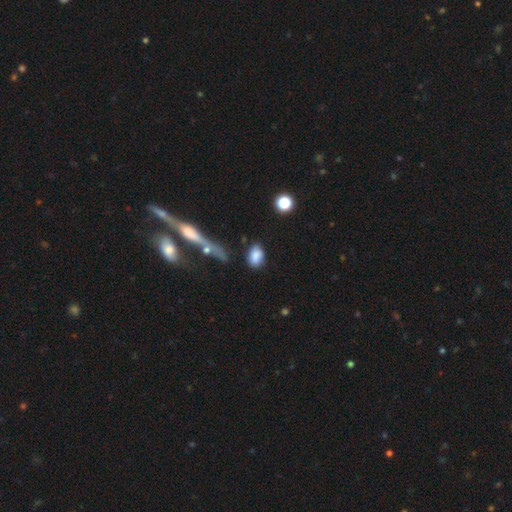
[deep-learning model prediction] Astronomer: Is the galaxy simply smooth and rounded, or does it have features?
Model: smooth — 83%.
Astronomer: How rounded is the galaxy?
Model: in between — 85%.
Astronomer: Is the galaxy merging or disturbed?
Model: none — 73%.